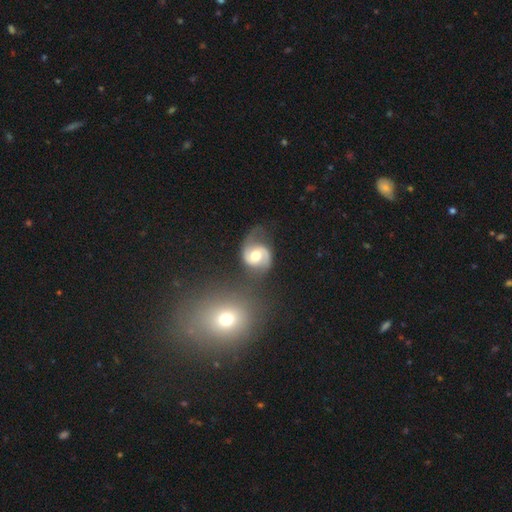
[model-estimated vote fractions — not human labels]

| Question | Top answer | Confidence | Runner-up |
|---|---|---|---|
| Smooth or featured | featured or disk | 85% | smooth (10%) |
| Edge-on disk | no | 98% | yes (2%) |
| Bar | no | 48% | weak (40%) |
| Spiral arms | yes | 96% | no (4%) |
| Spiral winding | medium | 54% | loose (25%) |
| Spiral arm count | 2 | 91% | 1 (3%) |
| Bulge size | moderate | 69% | large (19%) |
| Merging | none | 65% | minor disturbance (19%) |